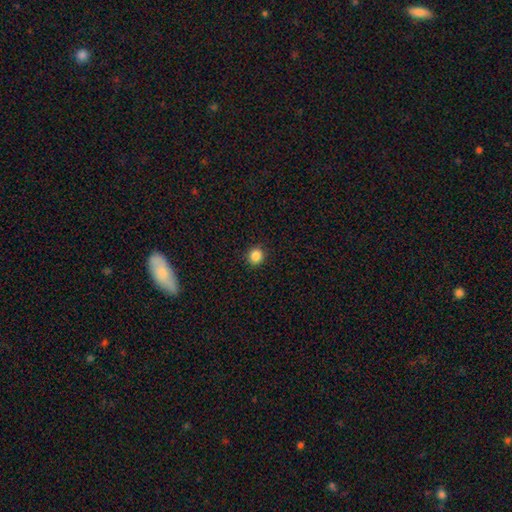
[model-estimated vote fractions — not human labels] The model was most divided on "smooth or featured": smooth: 86%, star or artifact: 11%, featured or disk: 3%. More confident: merging — none (92%); how rounded — round (90%).